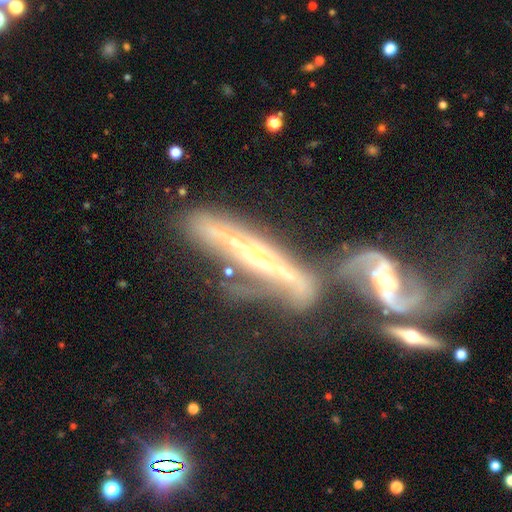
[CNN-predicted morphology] Smooth or featured: featured or disk — 81% (smooth — 12%)
Edge-on disk: yes — 66% (no — 34%)
Edge-on bulge: rounded — 74% (none — 21%)
Merging: merger — 47% (none — 28%)